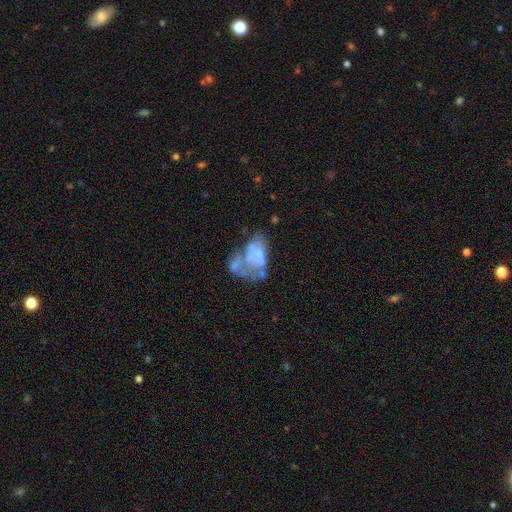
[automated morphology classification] Smooth or featured?
  - featured or disk: 54% *
  - smooth: 35%
  - star or artifact: 11%
Edge-on disk?
  - no: 98% *
  - yes: 2%
Bar?
  - no: 90% *
  - weak: 7%
  - strong: 2%
Spiral arms?
  - no: 91% *
  - yes: 9%
Bulge size?
  - none: 57% *
  - small: 20%
  - moderate: 17%
  - large: 4%
  - dominant: 2%
Merging?
  - merger: 38% *
  - major disturbance: 30%
  - none: 18%
  - minor disturbance: 14%